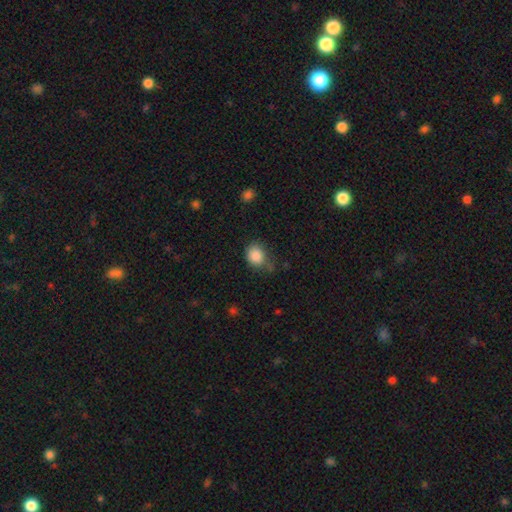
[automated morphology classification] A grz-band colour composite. It shows a smooth galaxy with no disk features (86%) that is round (62%). Merging: none (64%).